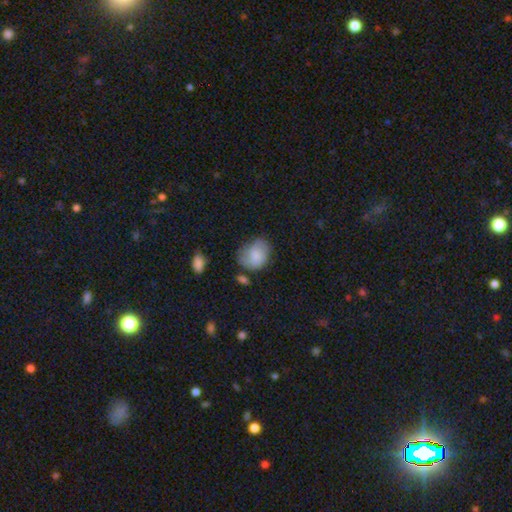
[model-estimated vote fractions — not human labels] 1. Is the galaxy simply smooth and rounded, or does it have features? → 71% smooth, 22% featured or disk, 8% star or artifact.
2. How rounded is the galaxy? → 53% in between, 46% round, 1% cigar-shaped.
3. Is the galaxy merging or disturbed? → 49% none, 32% minor disturbance, 14% major disturbance, 5% merger.